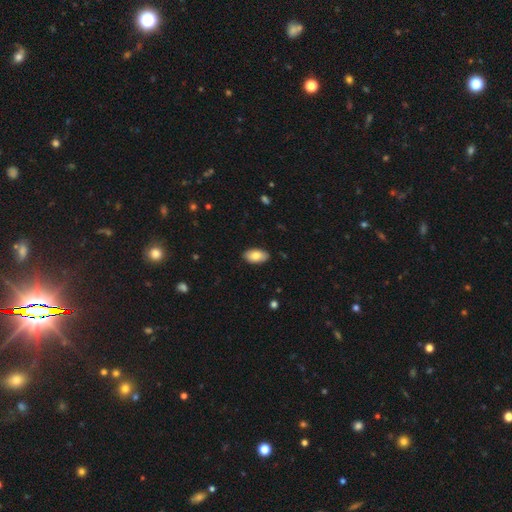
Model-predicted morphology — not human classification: A smooth galaxy with no disk features (82%) that is in between round and cigar-shaped (94%).

Vote fractions:
- Smooth or featured? smooth: 82% / featured or disk: 12% / star or artifact: 6%
- How rounded? in between: 94% / round: 3% / cigar-shaped: 2%
- Merging? none: 88% / minor disturbance: 9% / major disturbance: 2% / merger: 1%